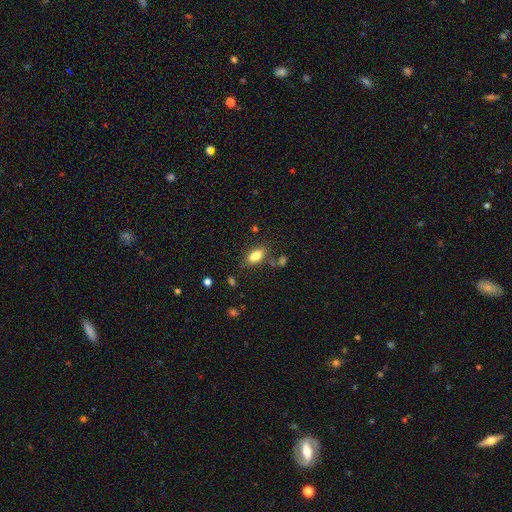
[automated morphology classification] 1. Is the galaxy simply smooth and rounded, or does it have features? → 81% smooth, 10% featured or disk, 9% star or artifact.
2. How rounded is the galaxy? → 87% in between, 7% cigar-shaped, 6% round.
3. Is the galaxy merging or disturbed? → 72% none, 16% minor disturbance, 7% merger, 5% major disturbance.